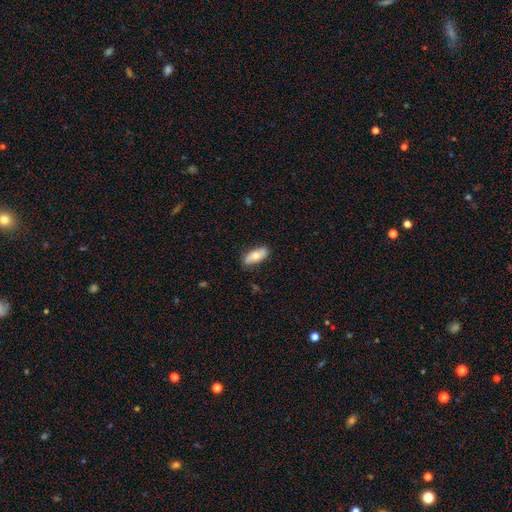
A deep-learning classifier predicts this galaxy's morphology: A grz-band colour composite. It shows a smooth galaxy with no disk features (64%) that is in between round and cigar-shaped (85%). Merging: none (81%).